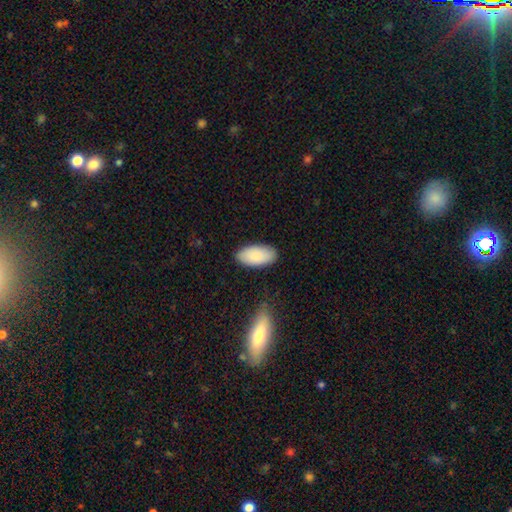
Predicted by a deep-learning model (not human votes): Smooth or featured? smooth (88%)
How rounded? in between (94%)
Merging? none (82%)